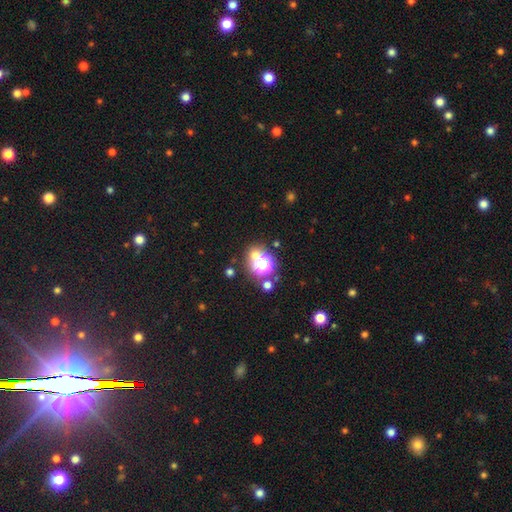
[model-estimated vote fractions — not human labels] smooth_or_featured: star or artifact (p=0.45) [alt: smooth p=0.44]